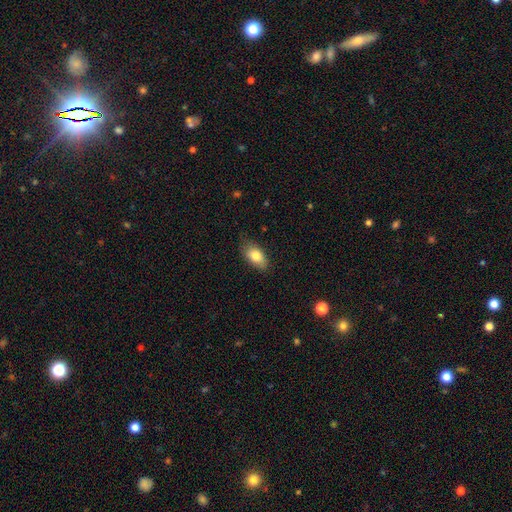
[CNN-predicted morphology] A smooth galaxy with no disk features (79%) that is in between round and cigar-shaped (90%). Merging: none (78%).